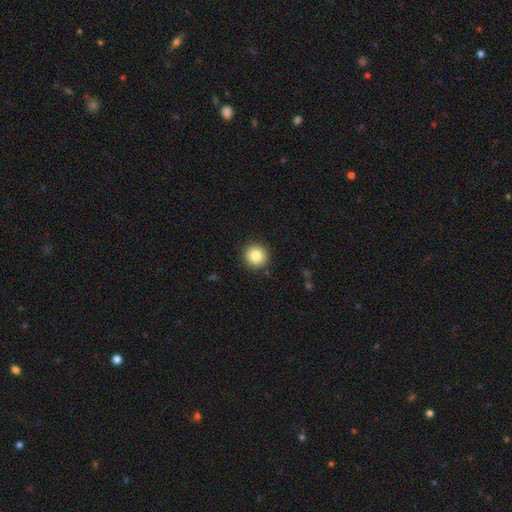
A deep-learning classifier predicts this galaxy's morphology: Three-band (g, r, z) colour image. It shows a smooth galaxy with no disk features (84%) that is round (95%). Merging: none (92%).